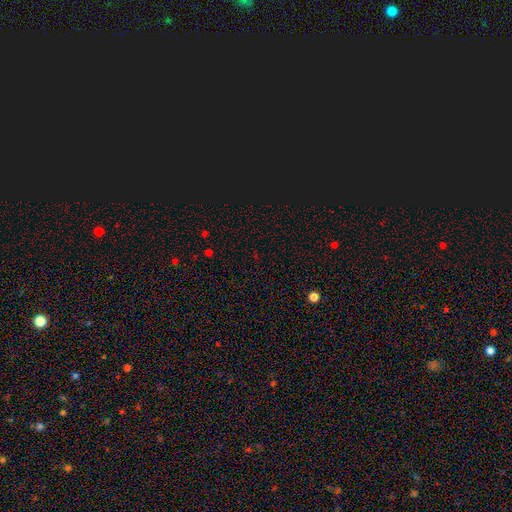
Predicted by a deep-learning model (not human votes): A star or artifact, not a galaxy (70%).

Vote fractions:
- Smooth or featured? star or artifact: 70% / smooth: 23% / featured or disk: 7%